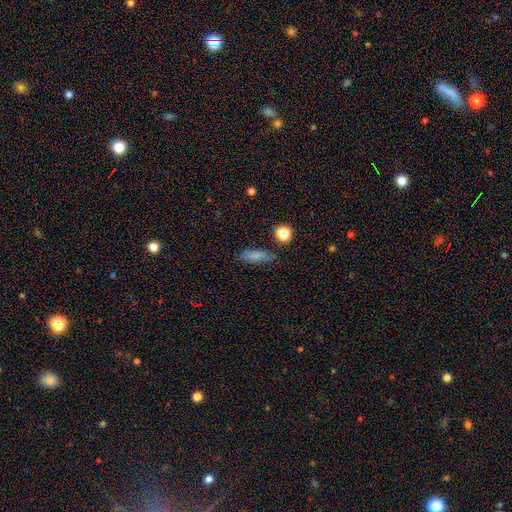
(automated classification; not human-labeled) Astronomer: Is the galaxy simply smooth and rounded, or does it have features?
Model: smooth — 77%.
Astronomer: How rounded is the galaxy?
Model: cigar-shaped — 49% (runner-up: in between, 46%).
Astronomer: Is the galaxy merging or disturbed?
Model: none — 75%.